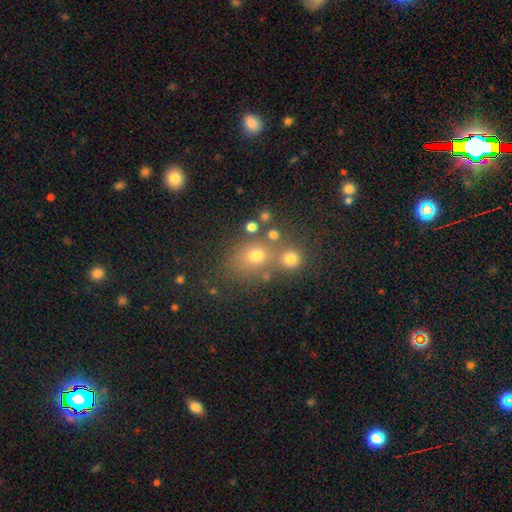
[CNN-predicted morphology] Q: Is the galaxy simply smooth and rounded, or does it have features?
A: smooth — 65%.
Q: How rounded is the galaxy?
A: round — 67%.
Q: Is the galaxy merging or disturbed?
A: none — 55%.